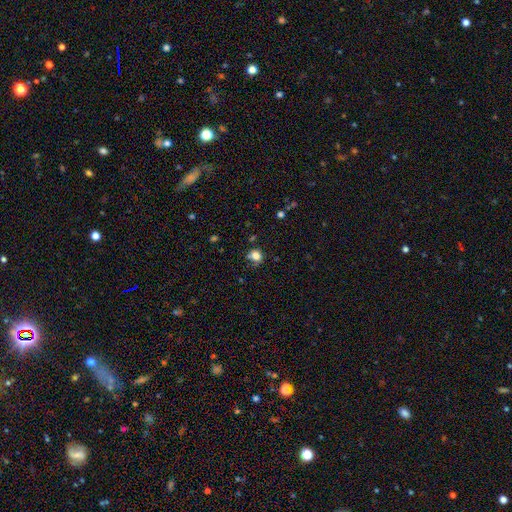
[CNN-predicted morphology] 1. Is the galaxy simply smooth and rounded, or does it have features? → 80% smooth, 13% star or artifact, 7% featured or disk.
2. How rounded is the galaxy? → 70% round, 29% in between, 1% cigar-shaped.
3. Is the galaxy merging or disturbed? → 64% none, 24% minor disturbance, 8% major disturbance, 4% merger.